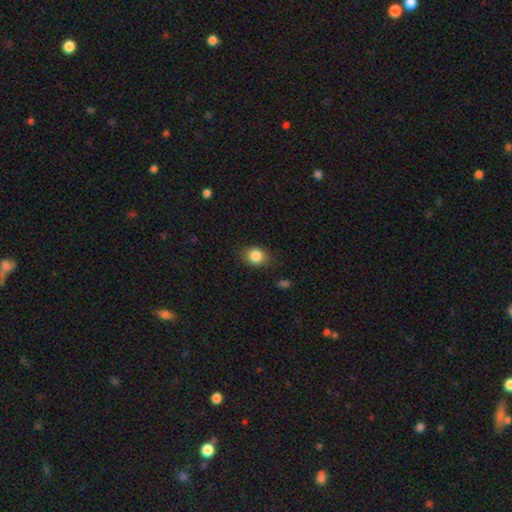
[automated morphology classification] The model was most divided on "how rounded": round: 51%, in between: 48%, cigar-shaped: 1%. More confident: smooth or featured — smooth (85%); merging — none (79%).